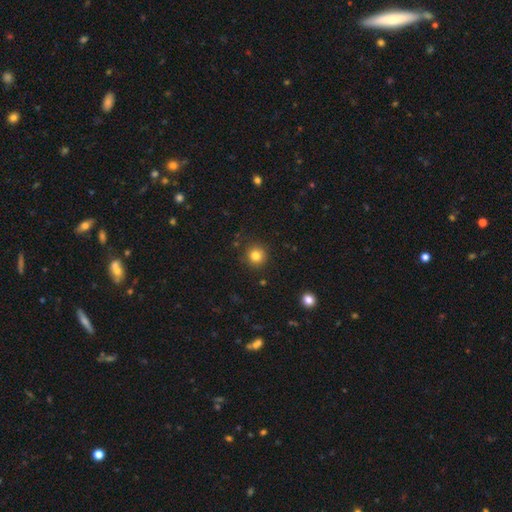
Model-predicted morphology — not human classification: Overall: smooth (82%). How rounded: round (93%). Merging: none (89%).